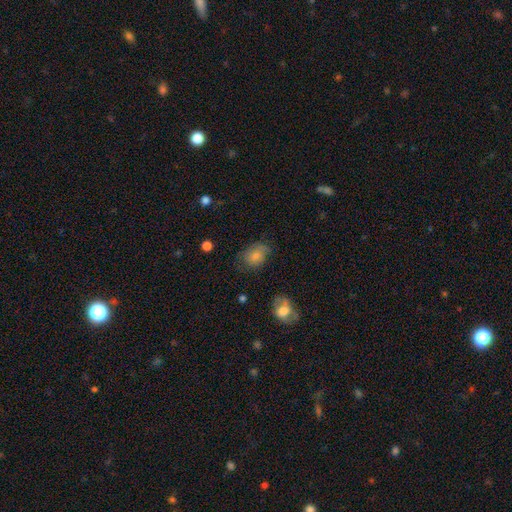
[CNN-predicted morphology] smooth_or_featured: smooth (p=0.78) [alt: featured or disk p=0.13]
how_rounded: in between (p=0.69) [alt: round p=0.30]
merging: none (p=0.58) [alt: minor disturbance p=0.30]